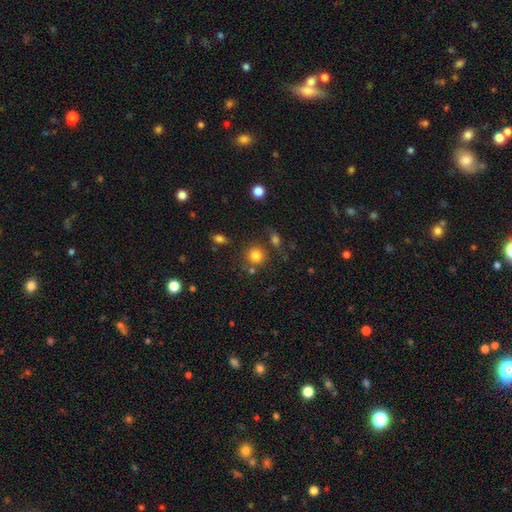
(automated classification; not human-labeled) smooth 81%, star or artifact 12%, featured or disk 7%. Down the decision tree: how rounded — round (88%); merging — none (73%).